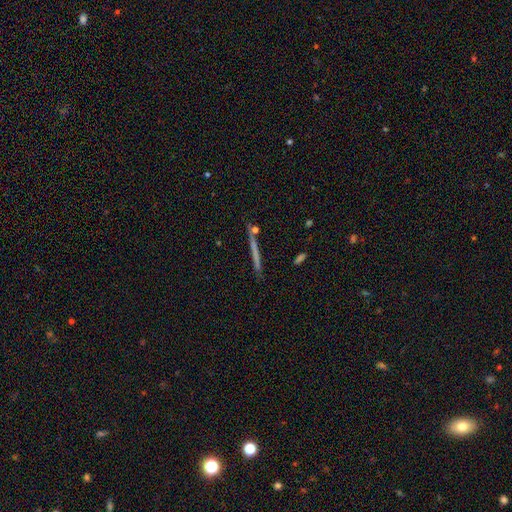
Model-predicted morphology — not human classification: featured or disk 38%, star or artifact 33%, smooth 29%. Down the decision tree: merging — none (77%).